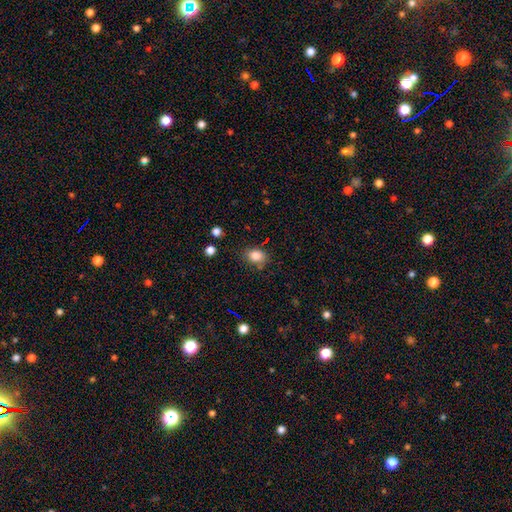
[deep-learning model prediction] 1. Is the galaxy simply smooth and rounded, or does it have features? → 85% smooth, 10% star or artifact, 6% featured or disk.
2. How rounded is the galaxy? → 61% in between, 38% round, 1% cigar-shaped.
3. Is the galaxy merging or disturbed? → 76% none, 16% minor disturbance, 4% major disturbance, 3% merger.